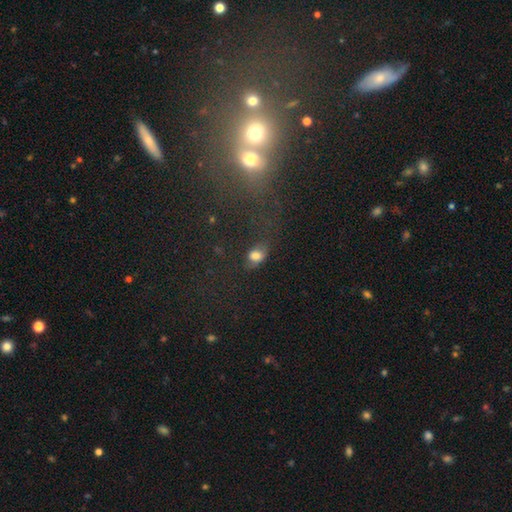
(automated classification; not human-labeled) Smooth or featured? smooth (75%)
How rounded? in between (77%)
Merging? none (55%)